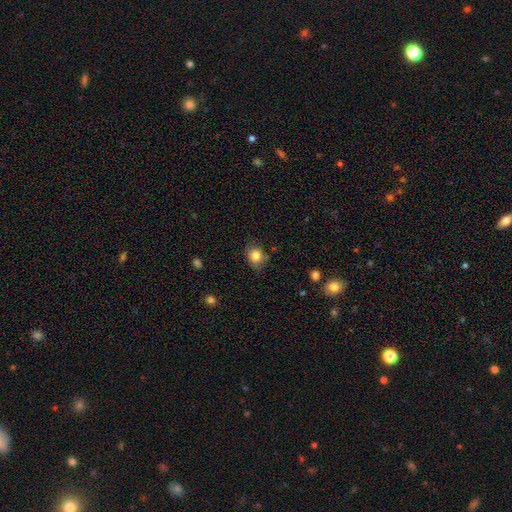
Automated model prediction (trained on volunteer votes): smooth 82%, star or artifact 10%, featured or disk 8%. Down the decision tree: how rounded — round (58%); merging — none (73%).